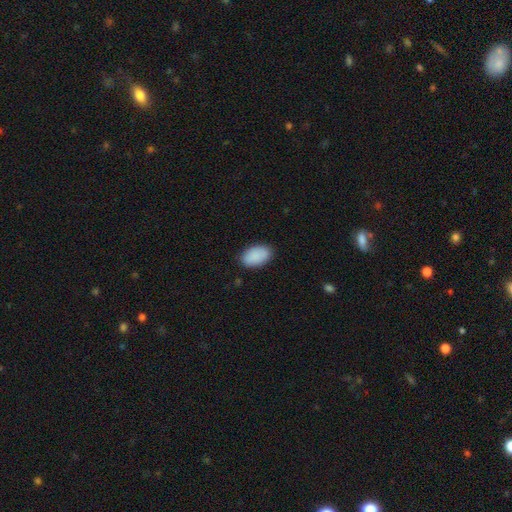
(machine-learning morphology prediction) This is clearly a smooth galaxy (91%). How rounded: clearly in between (94%). Merging: clearly none (87%).